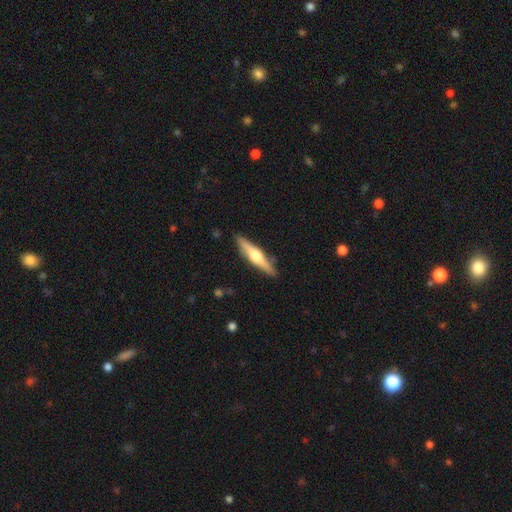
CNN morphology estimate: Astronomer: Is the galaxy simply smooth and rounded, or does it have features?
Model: featured or disk — 62%.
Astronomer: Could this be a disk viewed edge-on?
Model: yes — 96%.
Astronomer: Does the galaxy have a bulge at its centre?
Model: rounded — 92%.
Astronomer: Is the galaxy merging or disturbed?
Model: none — 88%.